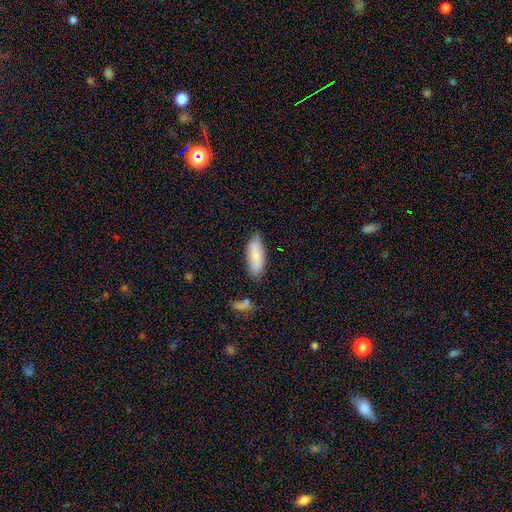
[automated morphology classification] A smooth galaxy with no disk features (80%) that is in between round and cigar-shaped (70%).

Vote fractions:
- Smooth or featured? smooth: 80% / featured or disk: 13% / star or artifact: 6%
- How rounded? in between: 70% / cigar-shaped: 28% / round: 2%
- Merging? none: 73% / minor disturbance: 19% / major disturbance: 4% / merger: 4%